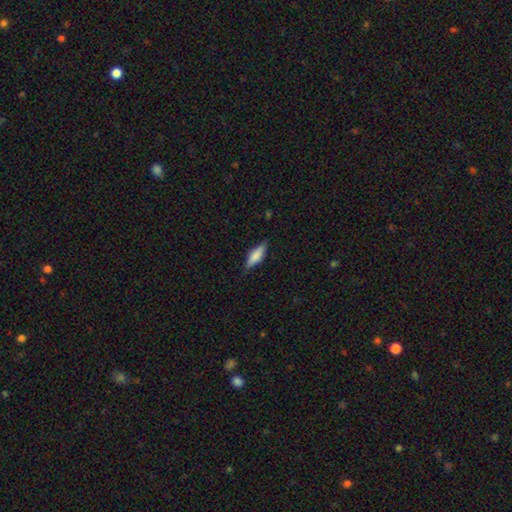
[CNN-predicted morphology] The model was most divided on "how rounded": cigar-shaped: 50%, in between: 48%, round: 2%. More confident: merging — none (83%); smooth or featured — smooth (66%).